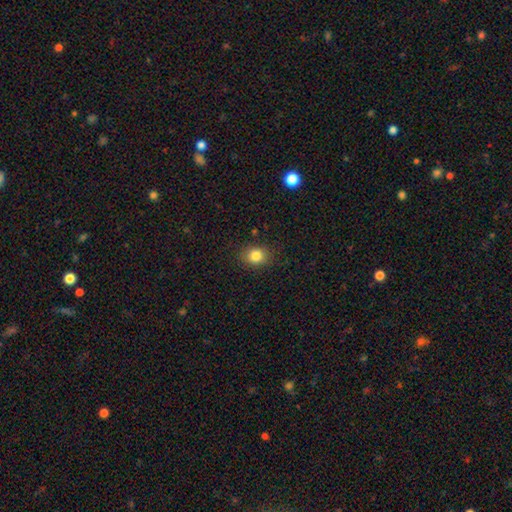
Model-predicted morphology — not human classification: Smooth or featured: smooth — 83% (star or artifact — 11%)
How rounded: round — 60% (in between — 40%)
Merging: none — 87% (minor disturbance — 10%)